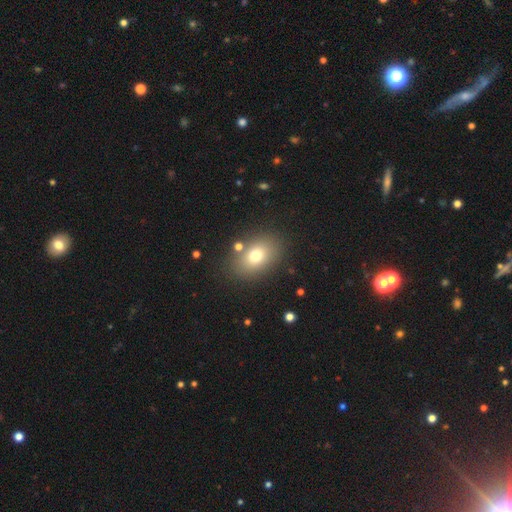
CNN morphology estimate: A smooth galaxy with no disk features (74%) that is in between round and cigar-shaped (77%). Merging: none (81%).